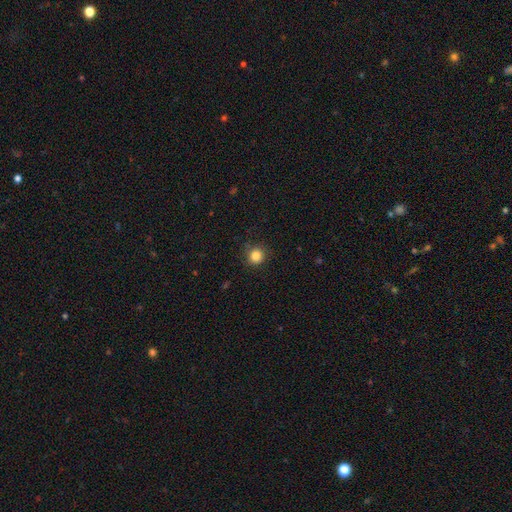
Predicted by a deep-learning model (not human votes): A smooth galaxy with no disk features (84%) that is round (92%).

Vote fractions:
- Smooth or featured? smooth: 84% / star or artifact: 11% / featured or disk: 4%
- How rounded? round: 92% / in between: 7% / cigar-shaped: 1%
- Merging? none: 86% / minor disturbance: 10% / major disturbance: 3% / merger: 1%